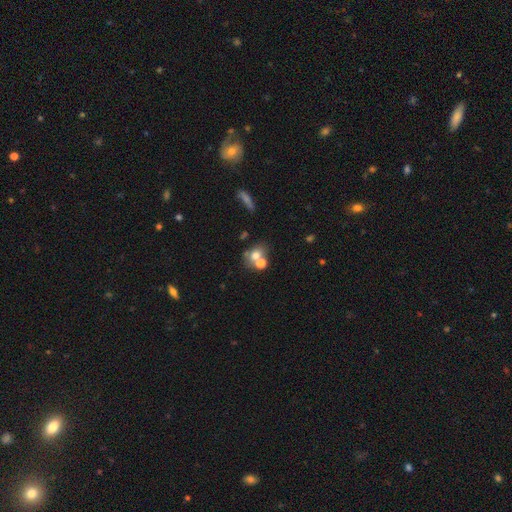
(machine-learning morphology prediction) A smooth galaxy with no disk features (64%) that is round (54%).

Vote fractions:
- Smooth or featured? smooth: 64% / featured or disk: 21% / star or artifact: 15%
- How rounded? round: 54% / in between: 44% / cigar-shaped: 2%
- Merging? merger: 44% / none: 41% / minor disturbance: 10% / major disturbance: 5%